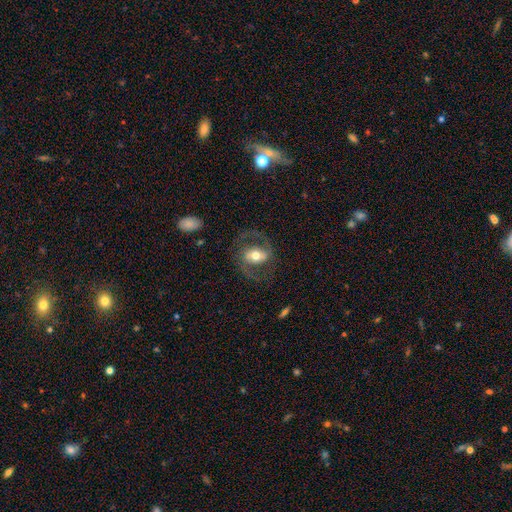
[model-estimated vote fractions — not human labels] This is likely a featured or disk galaxy (79%). It is clearly not viewed edge-on (96%). Bar: marginally weak (38%). Spiral arm pattern: clearly yes (91%). Spiral arm count: clearly 2 (91%). Spiral winding: possibly medium (58%). Central bulge: likely moderate (67%). Merging: likely none (74%).